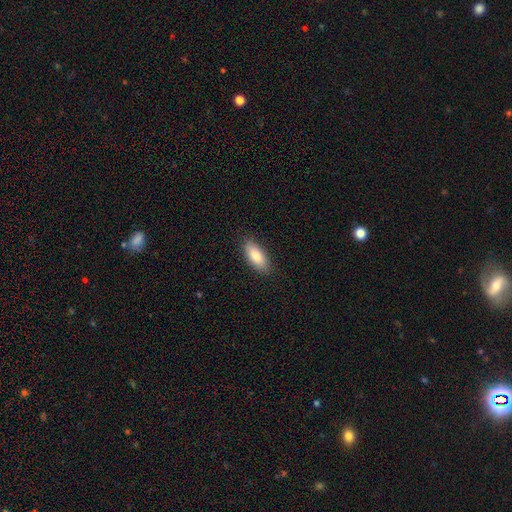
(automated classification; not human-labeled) Smooth or featured?
  - smooth: 82% *
  - featured or disk: 12%
  - star or artifact: 6%
How rounded?
  - in between: 80% *
  - cigar-shaped: 18%
  - round: 2%
Merging?
  - none: 87% *
  - minor disturbance: 10%
  - major disturbance: 2%
  - merger: 1%